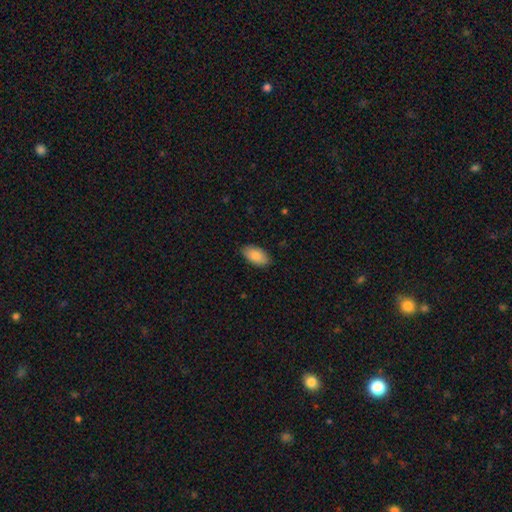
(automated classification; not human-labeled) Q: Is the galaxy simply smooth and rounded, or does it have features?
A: smooth — 85%.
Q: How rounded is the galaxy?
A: in between — 95%.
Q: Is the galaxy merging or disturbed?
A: none — 86%.